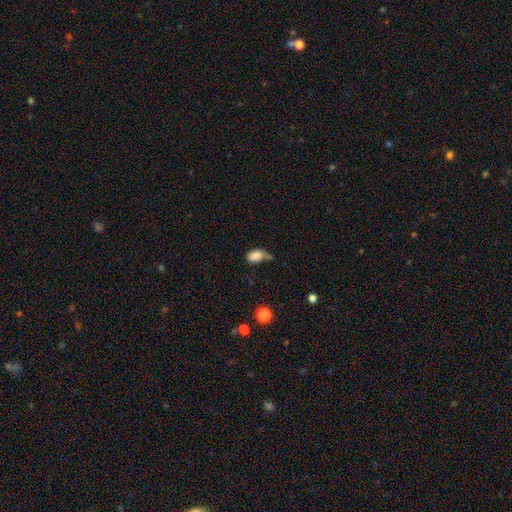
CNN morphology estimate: The model was most divided on "merging": none: 40%, minor disturbance: 33%, merger: 14%, major disturbance: 13%. More confident: how rounded — in between (88%); smooth or featured — smooth (83%).